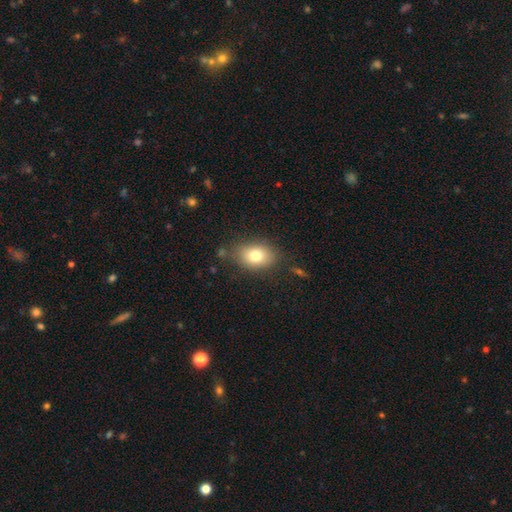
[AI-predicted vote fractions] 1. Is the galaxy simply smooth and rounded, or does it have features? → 78% smooth, 12% featured or disk, 10% star or artifact.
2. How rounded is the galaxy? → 75% in between, 24% round, 1% cigar-shaped.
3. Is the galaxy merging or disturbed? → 77% none, 16% minor disturbance, 5% major disturbance, 3% merger.